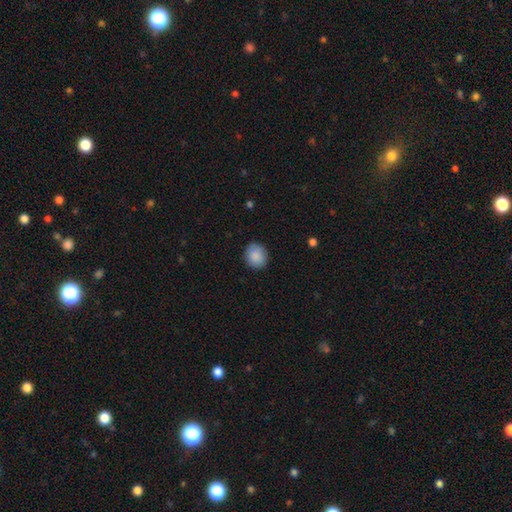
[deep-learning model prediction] The model was most divided on "how rounded": round: 79%, in between: 20%, cigar-shaped: 1%. More confident: smooth or featured — smooth (89%); merging — none (89%).